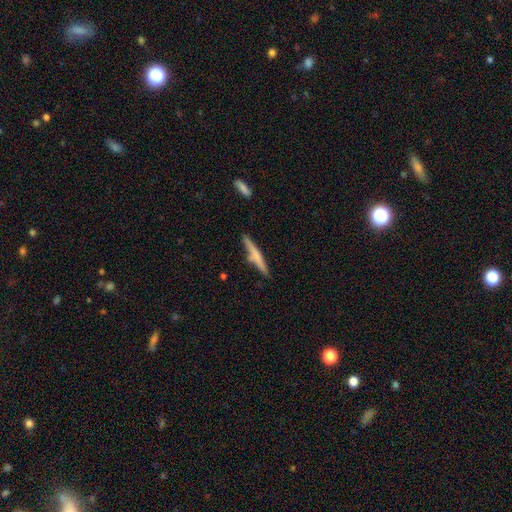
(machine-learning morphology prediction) The model was most divided on "smooth or featured": smooth: 52%, featured or disk: 42%, star or artifact: 6%. More confident: how rounded — cigar-shaped (94%); merging — none (78%).